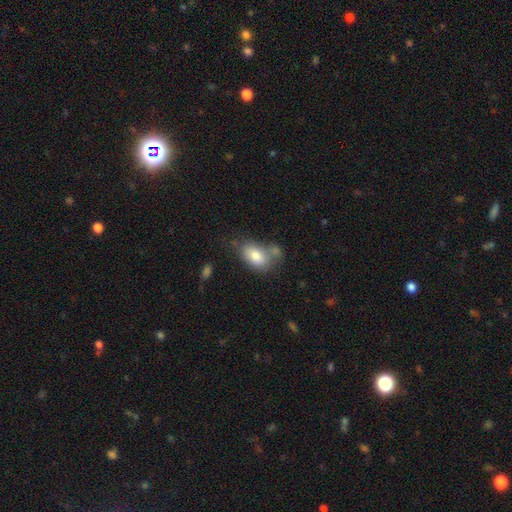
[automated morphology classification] Smooth or featured?
  - smooth: 80% *
  - featured or disk: 13%
  - star or artifact: 7%
How rounded?
  - in between: 89% *
  - round: 9%
  - cigar-shaped: 2%
Merging?
  - none: 47% *
  - merger: 22%
  - minor disturbance: 22%
  - major disturbance: 9%